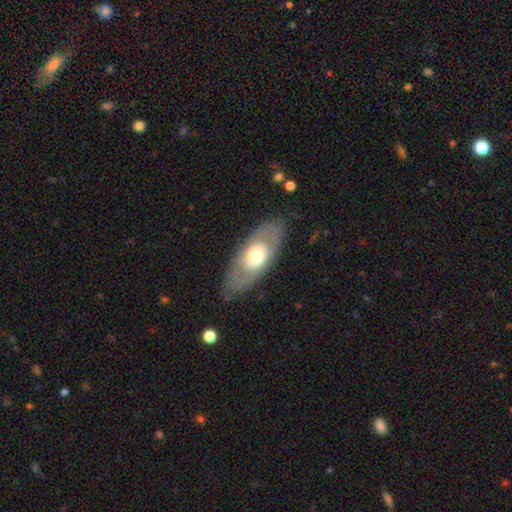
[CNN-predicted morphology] This appears to be a featured or disk galaxy (50%). Merging: none (80%).